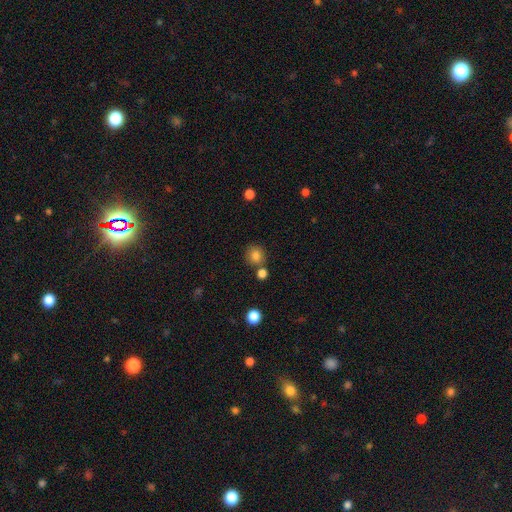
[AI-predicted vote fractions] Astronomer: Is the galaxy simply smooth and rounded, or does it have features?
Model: smooth — 83%.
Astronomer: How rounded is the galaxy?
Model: round — 86%.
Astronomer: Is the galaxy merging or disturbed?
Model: none — 74%.